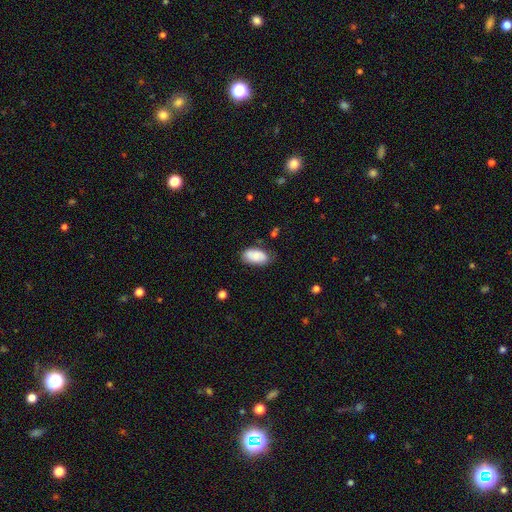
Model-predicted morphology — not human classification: smooth 84%, featured or disk 9%, star or artifact 7%. Down the decision tree: how rounded — in between (95%); merging — none (74%).